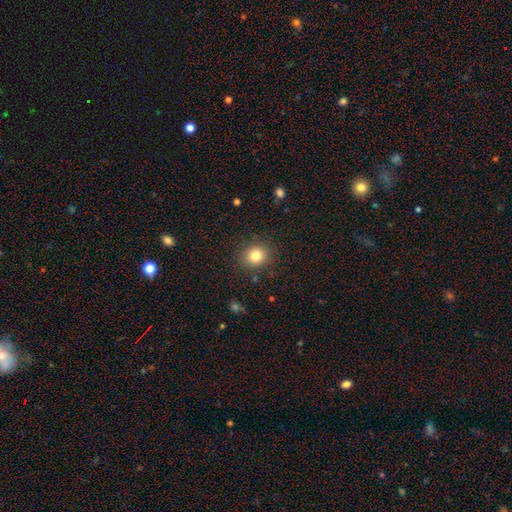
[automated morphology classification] smooth_or_featured: smooth (p=0.81) [alt: star or artifact p=0.12]
how_rounded: round (p=0.82) [alt: in between p=0.17]
merging: none (p=0.88) [alt: minor disturbance p=0.08]